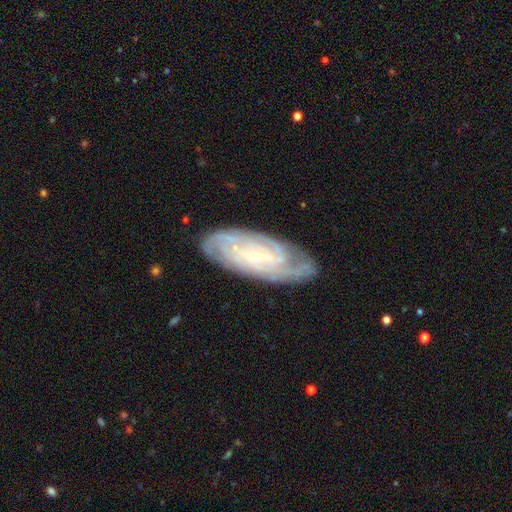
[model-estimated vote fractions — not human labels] A featured or disk galaxy (83%) with no bar (53%), tight (72%) spiral arms (96%) and a small central bulge (82%). Merging: none (79%).